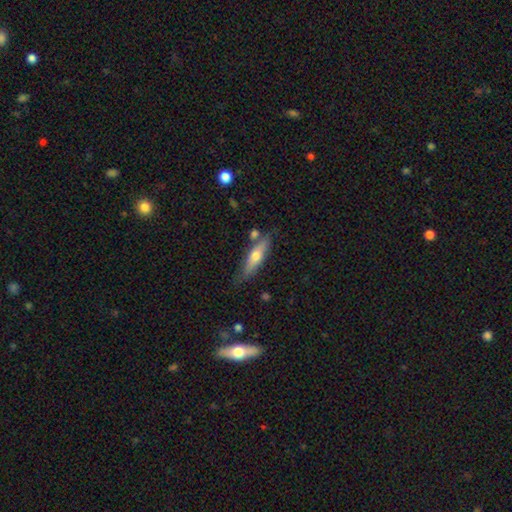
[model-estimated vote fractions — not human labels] Smooth or featured?
  - smooth: 51% *
  - featured or disk: 43%
  - star or artifact: 6%
How rounded?
  - cigar-shaped: 65% *
  - in between: 32%
  - round: 2%
Merging?
  - none: 71% *
  - minor disturbance: 17%
  - merger: 8%
  - major disturbance: 4%